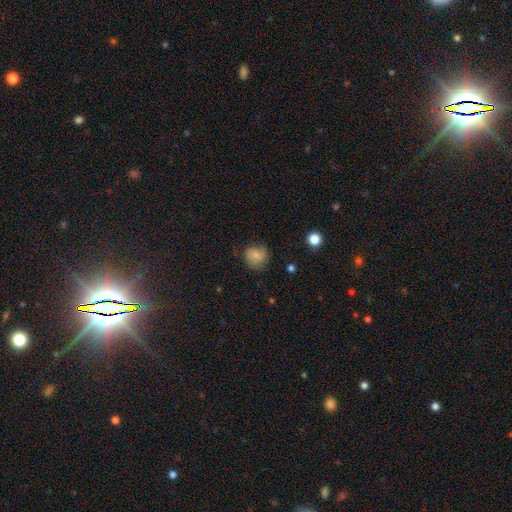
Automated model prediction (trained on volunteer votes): Smooth or featured: smooth — 68% (featured or disk — 23%)
How rounded: round — 81% (in between — 18%)
Merging: none — 66% (minor disturbance — 24%)